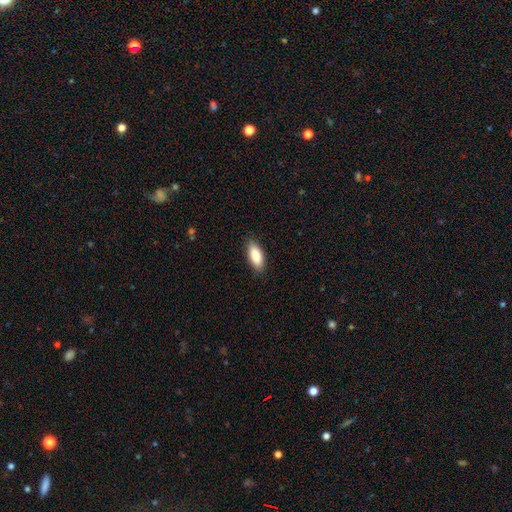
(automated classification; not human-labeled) smooth_or_featured: smooth (p=0.87) [alt: featured or disk p=0.07]
how_rounded: in between (p=0.81) [alt: cigar-shaped p=0.17]
merging: none (p=0.86) [alt: minor disturbance p=0.11]